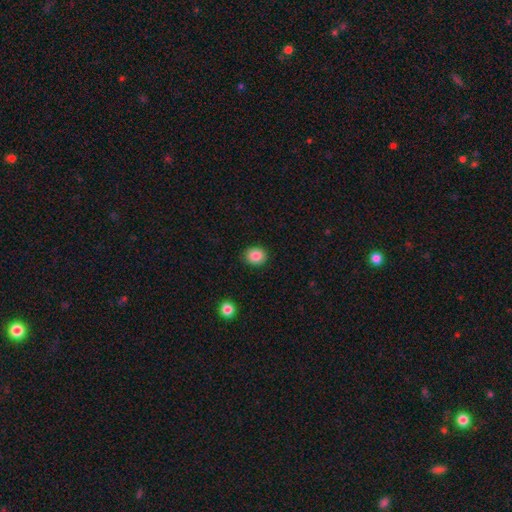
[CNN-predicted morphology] type=smooth (86%); roundness=round (73%); merging=none (90%).